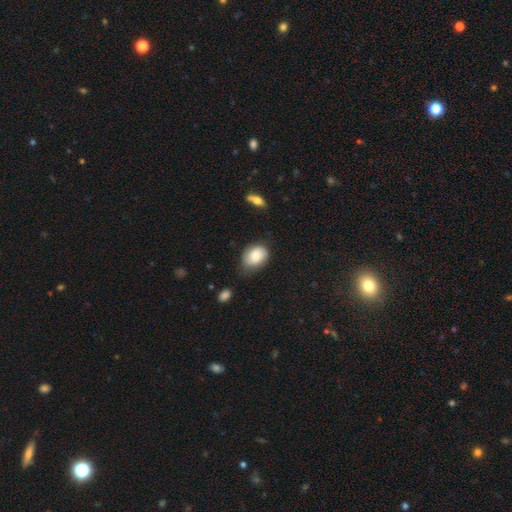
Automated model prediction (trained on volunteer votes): Smooth or featured? smooth (79%)
How rounded? in between (76%)
Merging? none (55%)